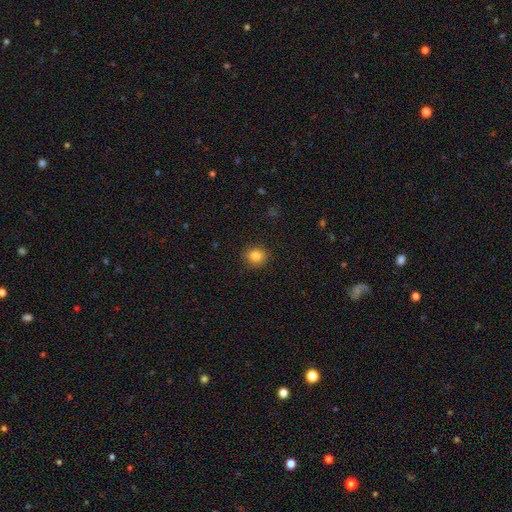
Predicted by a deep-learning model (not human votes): Overall: smooth (85%). How rounded: round (82%). Merging: none (87%).